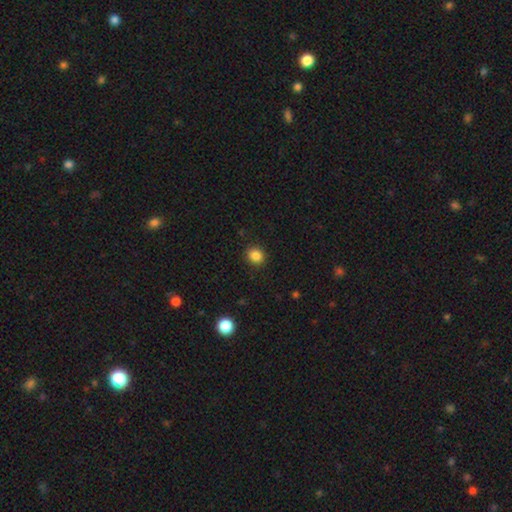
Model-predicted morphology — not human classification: This appears to be a smooth galaxy with no disk features (85%) that is round (77%). Merging: none (91%).